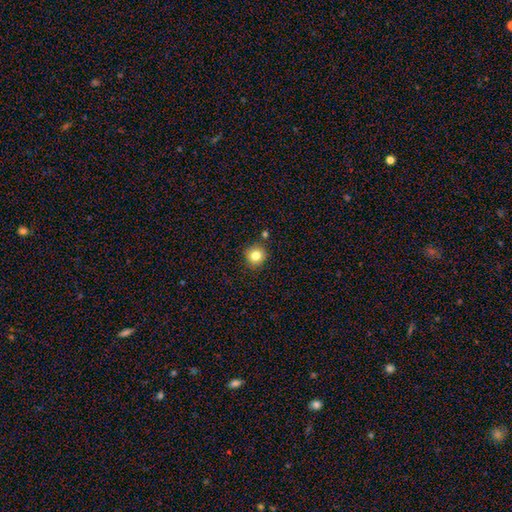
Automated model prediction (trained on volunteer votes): smooth 82%, star or artifact 11%, featured or disk 7%. Down the decision tree: how rounded — round (92%); merging — none (86%).